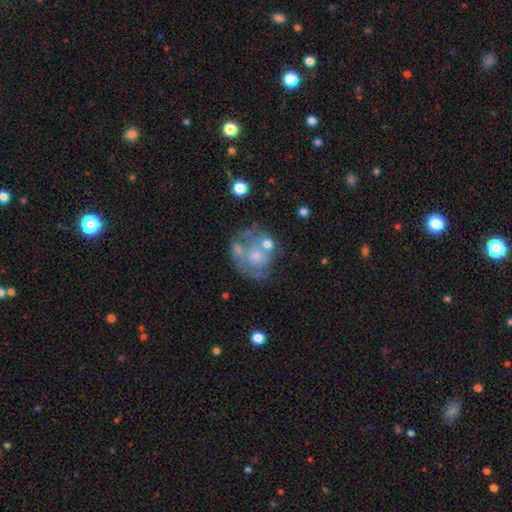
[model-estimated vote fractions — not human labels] featured or disk 59%, smooth 31%, star or artifact 10%. Down the decision tree: edge-on disk — no (98%); bar — no (87%); spiral arms — no (67%); bulge size — moderate (40%); merging — none (40%).